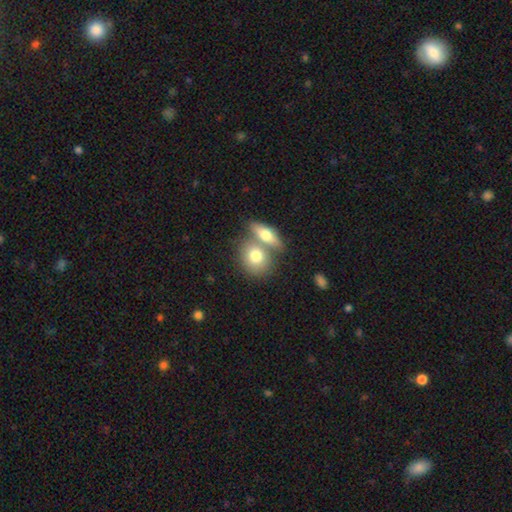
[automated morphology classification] smooth 74%, featured or disk 20%, star or artifact 6%. Down the decision tree: how rounded — round (50%); merging — merger (51%).